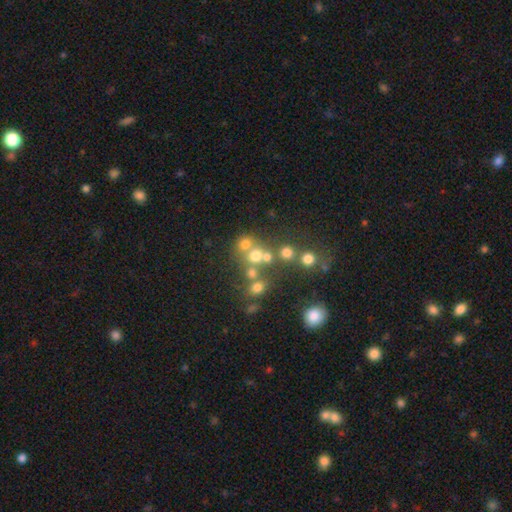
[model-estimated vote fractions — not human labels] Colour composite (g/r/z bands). It shows a smooth galaxy with no disk features (61%) that is round (82%). Merging: none (52%).